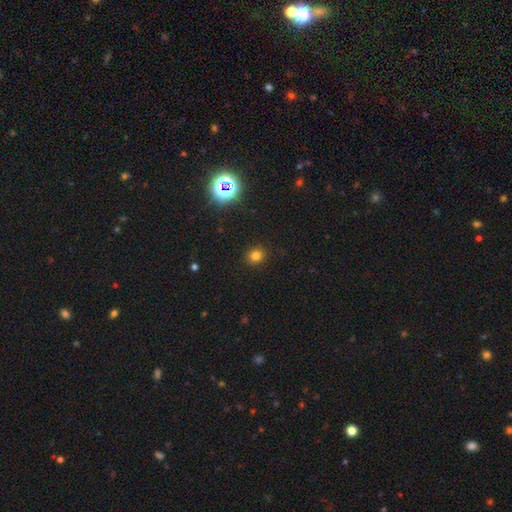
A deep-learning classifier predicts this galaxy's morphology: Overall: smooth (76%). How rounded: round (80%). Merging: none (90%).